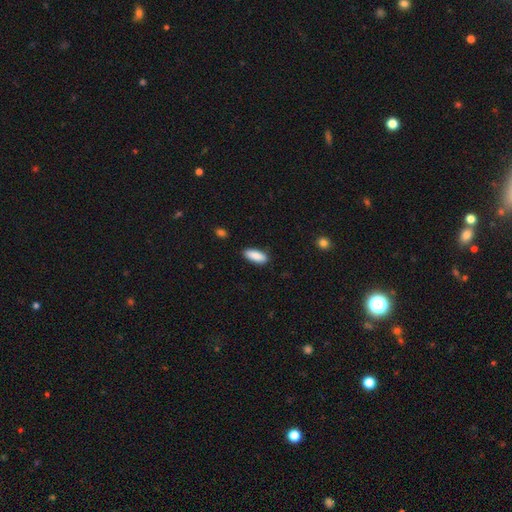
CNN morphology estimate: A smooth galaxy with no disk features (90%) that is in between round and cigar-shaped (78%). Merging: none (87%).